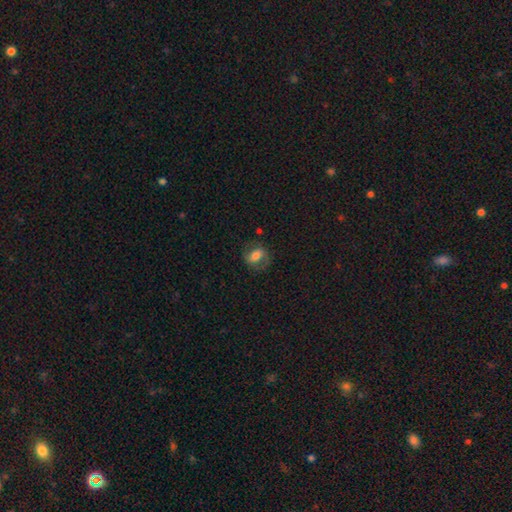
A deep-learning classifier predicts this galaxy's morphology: The model was most divided on "smooth or featured": smooth: 51%, featured or disk: 40%, star or artifact: 9%. More confident: merging — none (68%); how rounded — in between (64%).